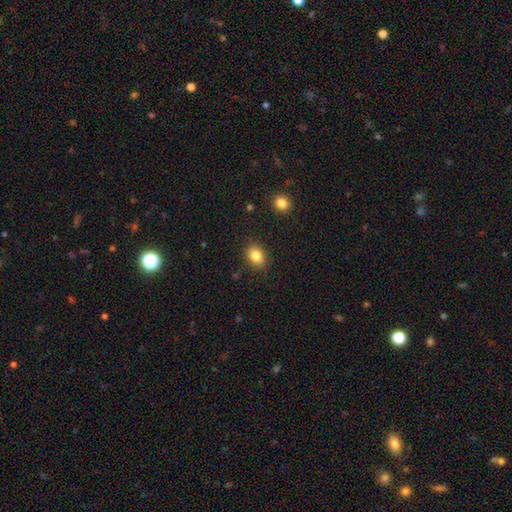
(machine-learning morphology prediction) Overall: smooth (84%). How rounded: in between (65%; round 34%). Merging: none (87%).